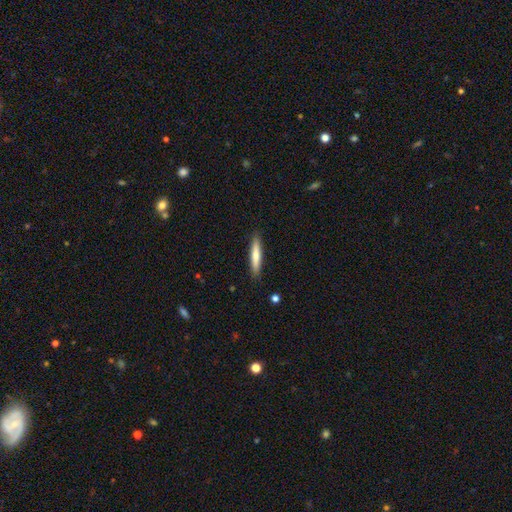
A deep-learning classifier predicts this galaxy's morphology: The model was most divided on "smooth or featured": smooth: 70%, featured or disk: 24%, star or artifact: 5%. More confident: how rounded — cigar-shaped (90%); merging — none (89%).